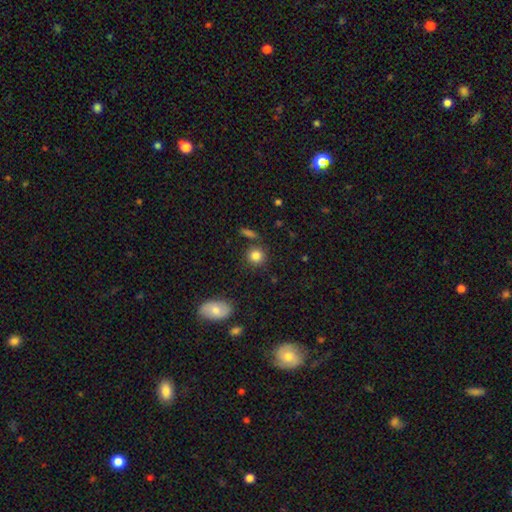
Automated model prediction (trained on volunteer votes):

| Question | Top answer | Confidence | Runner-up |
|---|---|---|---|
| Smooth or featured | smooth | 84% | star or artifact (10%) |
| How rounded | round | 87% | in between (11%) |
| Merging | none | 81% | minor disturbance (9%) |